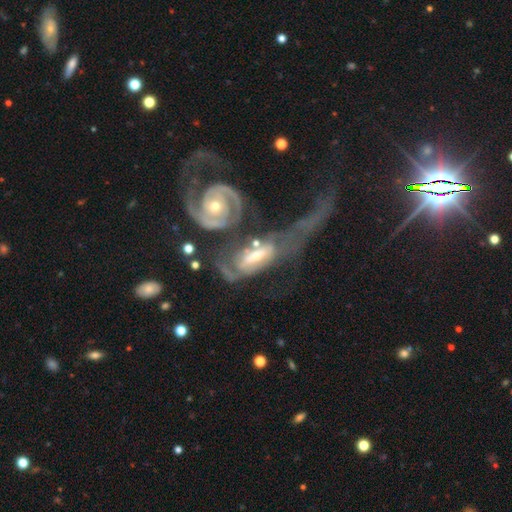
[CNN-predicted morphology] This is likely a featured or disk galaxy (80%). It is clearly not viewed edge-on (89%). Bar: marginally strong (35%, tied with weak). Spiral arm pattern: clearly yes (87%). Spiral arm count: likely 2 (66%). Spiral winding: possibly tight (48%). Central bulge: possibly moderate (53%). Merging: possibly merger (50%).